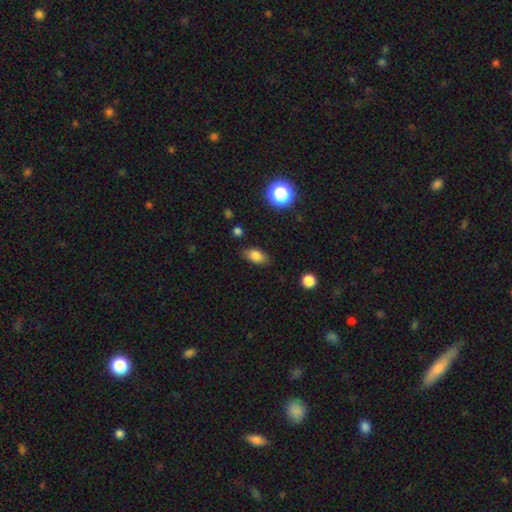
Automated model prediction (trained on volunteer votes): This appears to be a smooth galaxy with no disk features (82%) that is in between round and cigar-shaped (86%). Merging: none (82%).